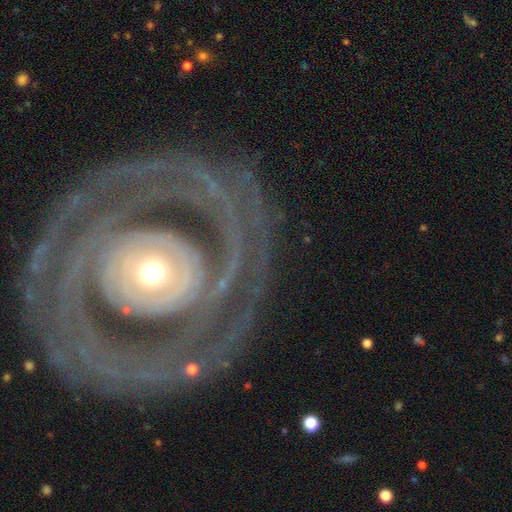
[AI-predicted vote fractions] A featured or disk galaxy (86%) with no bar (69%), tight (77%) spiral arms (83%) and a moderate central bulge (58%). Merging: none (77%).